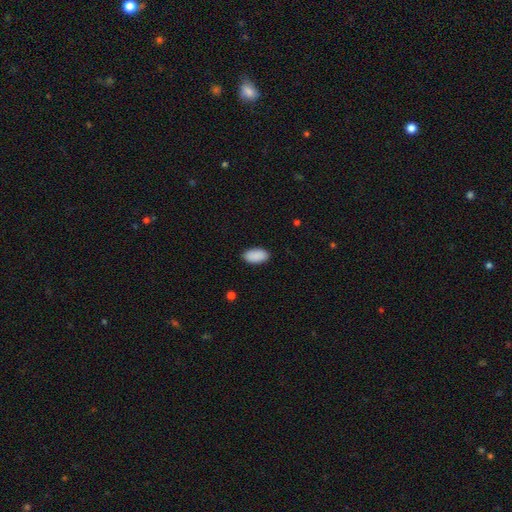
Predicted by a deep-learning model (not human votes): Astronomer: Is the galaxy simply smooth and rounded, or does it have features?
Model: smooth — 91%.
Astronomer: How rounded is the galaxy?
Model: in between — 95%.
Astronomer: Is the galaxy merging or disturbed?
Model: none — 89%.